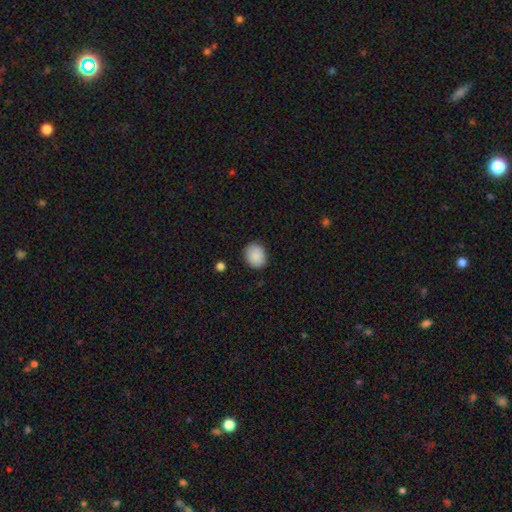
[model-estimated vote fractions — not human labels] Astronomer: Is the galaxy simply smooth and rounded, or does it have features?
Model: smooth — 89%.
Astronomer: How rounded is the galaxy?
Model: round — 57% (runner-up: in between, 42%).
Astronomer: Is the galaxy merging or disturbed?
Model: none — 87%.